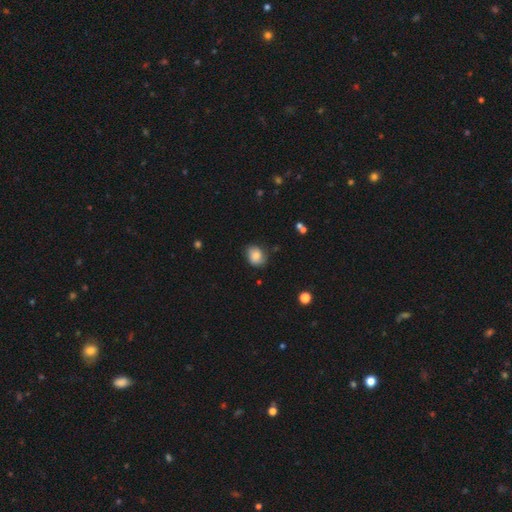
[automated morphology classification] Q: Smooth or featured?
A: smooth (78%); runner-up: featured or disk (13%)
Q: How rounded?
A: in between (57%); runner-up: round (42%)
Q: Merging?
A: none (73%); runner-up: minor disturbance (21%)